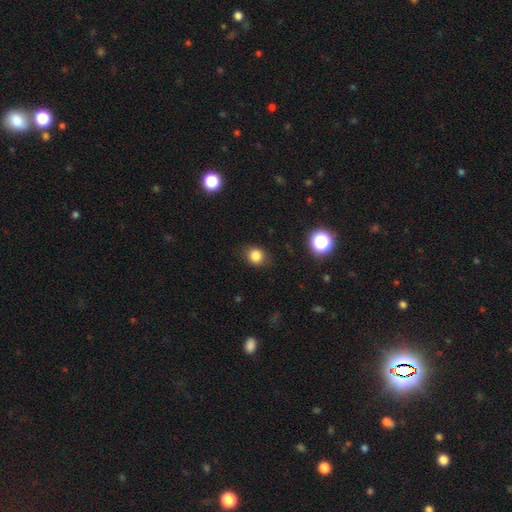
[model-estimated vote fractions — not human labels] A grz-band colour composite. It shows a smooth galaxy with no disk features (82%) that is round (75%). Merging: none (83%).